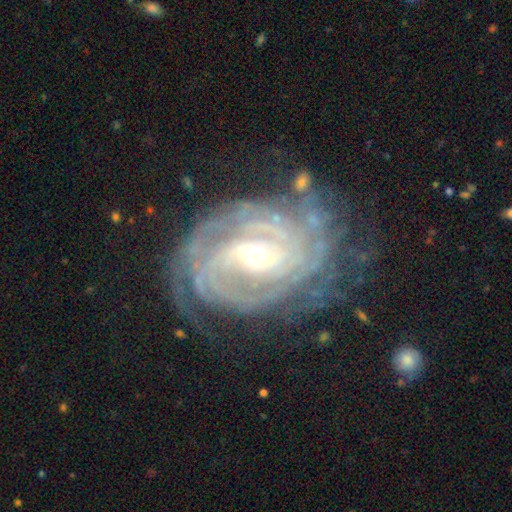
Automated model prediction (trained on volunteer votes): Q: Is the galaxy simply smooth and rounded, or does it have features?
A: featured or disk — 90%.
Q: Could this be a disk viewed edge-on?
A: no — 97%.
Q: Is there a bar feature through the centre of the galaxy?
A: weak — 44%.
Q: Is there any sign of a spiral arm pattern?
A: yes — 97%.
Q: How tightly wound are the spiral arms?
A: tight — 78%.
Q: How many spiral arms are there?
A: can't tell — 30%.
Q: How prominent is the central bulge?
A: moderate — 53%.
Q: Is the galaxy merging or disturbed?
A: none — 72%.